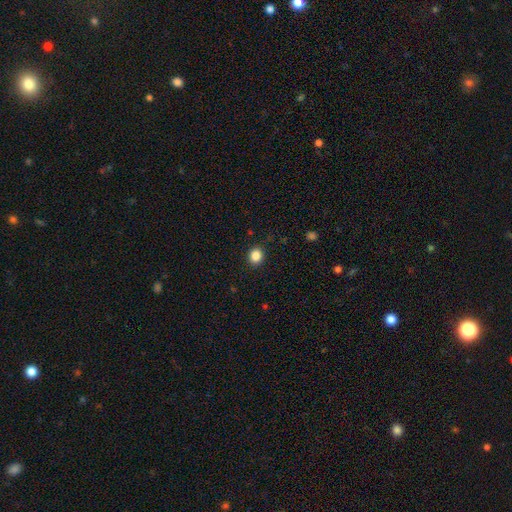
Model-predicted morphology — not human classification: Smooth or featured? Predicted: smooth (p=0.86). How rounded? Predicted: round (p=0.78). Merging? Predicted: none (p=0.91).